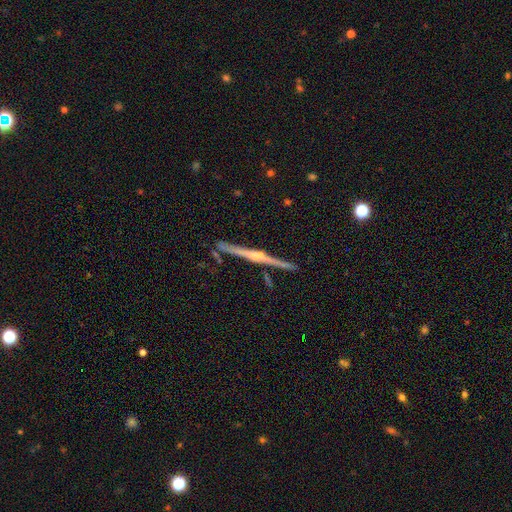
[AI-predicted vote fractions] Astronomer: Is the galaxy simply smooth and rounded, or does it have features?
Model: featured or disk — 83%.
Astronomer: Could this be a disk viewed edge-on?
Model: yes — 98%.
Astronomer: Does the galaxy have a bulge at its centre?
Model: rounded — 78%.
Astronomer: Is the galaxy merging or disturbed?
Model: none — 90%.